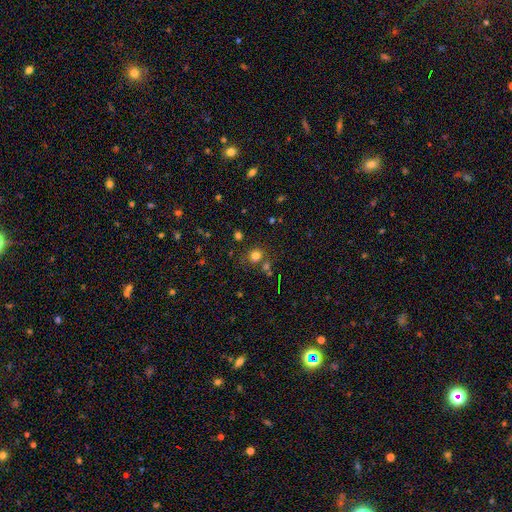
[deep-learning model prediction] The model was most divided on "merging": none: 70%, merger: 14%, minor disturbance: 11%, major disturbance: 5%. More confident: how rounded — round (80%); smooth or featured — smooth (75%).